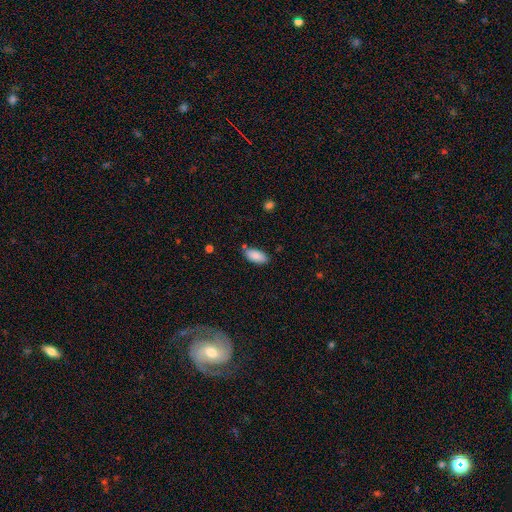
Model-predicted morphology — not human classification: This appears to be a smooth galaxy with no disk features (87%) that is in between round and cigar-shaped (91%). Merging: none (79%).